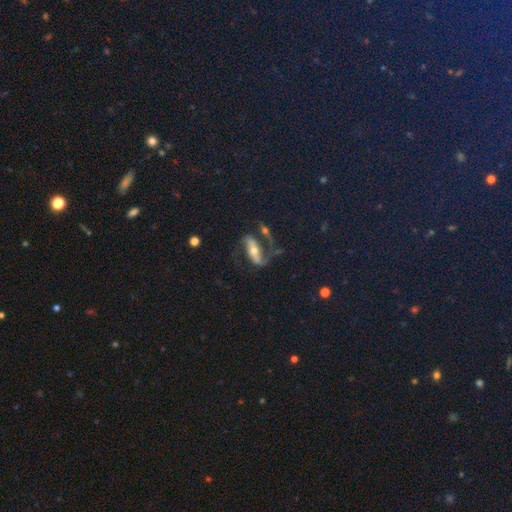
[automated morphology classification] Smooth or featured? Predicted: featured or disk (p=0.45). Merging? Predicted: none (p=0.57).